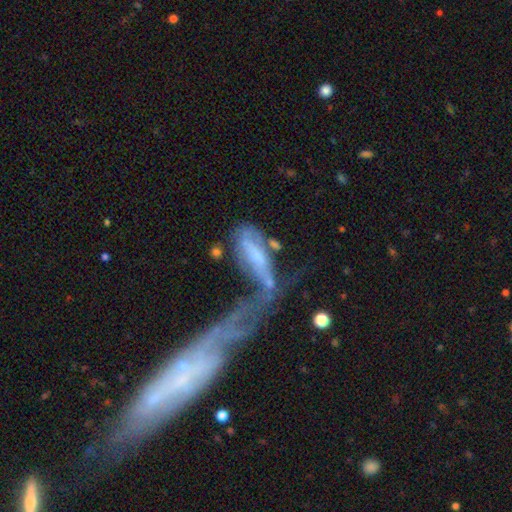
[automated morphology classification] Smooth or featured?
  - featured or disk: 49% *
  - smooth: 40%
  - star or artifact: 11%
Merging?
  - merger: 55% *
  - major disturbance: 25%
  - none: 11%
  - minor disturbance: 9%